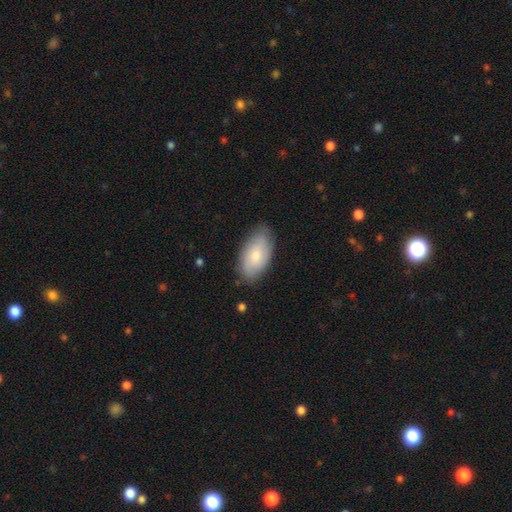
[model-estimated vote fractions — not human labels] A smooth galaxy with no disk features (69%) that is in between round and cigar-shaped (94%).

Vote fractions:
- Smooth or featured? smooth: 69% / featured or disk: 25% / star or artifact: 6%
- How rounded? in between: 94% / round: 3% / cigar-shaped: 3%
- Merging? none: 79% / minor disturbance: 17% / major disturbance: 3% / merger: 1%